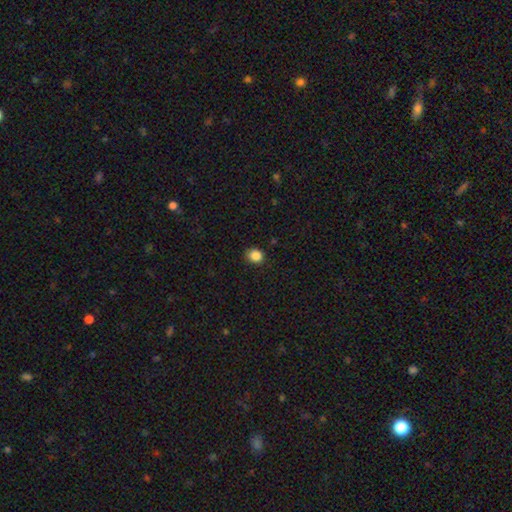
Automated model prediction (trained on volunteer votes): Smooth or featured?
  - smooth: 86% *
  - star or artifact: 10%
  - featured or disk: 3%
How rounded?
  - round: 72% *
  - in between: 27%
  - cigar-shaped: 1%
Merging?
  - none: 84% *
  - minor disturbance: 13%
  - major disturbance: 2%
  - merger: 1%